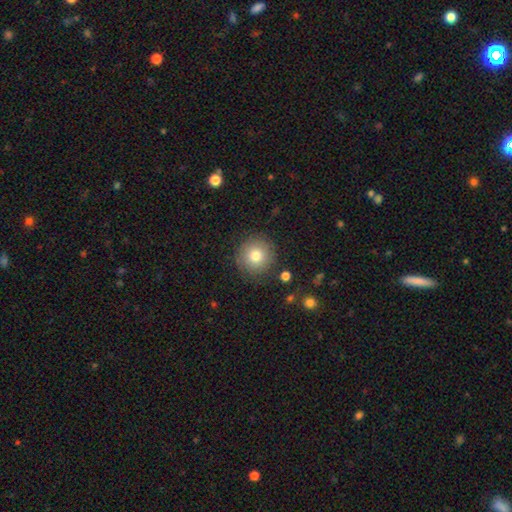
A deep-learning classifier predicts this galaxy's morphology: smooth_or_featured: smooth (p=0.77) [alt: featured or disk p=0.12]
how_rounded: round (p=0.95) [alt: in between p=0.04]
merging: none (p=0.86) [alt: minor disturbance p=0.09]